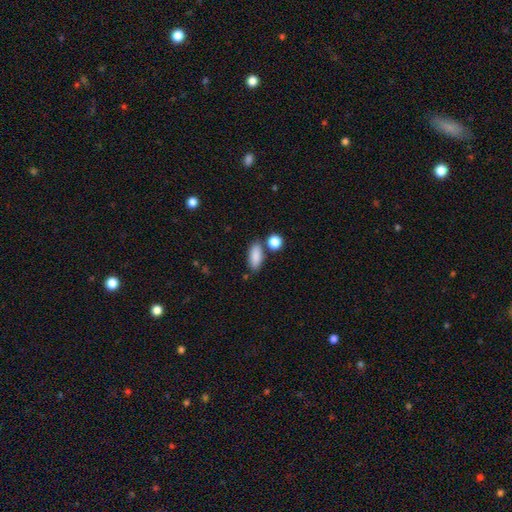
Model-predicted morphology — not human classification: A smooth galaxy with no disk features (87%) that is in between round and cigar-shaped (81%).

Vote fractions:
- Smooth or featured? smooth: 87% / star or artifact: 7% / featured or disk: 5%
- How rounded? in between: 81% / cigar-shaped: 14% / round: 4%
- Merging? none: 74% / minor disturbance: 13% / merger: 10% / major disturbance: 3%